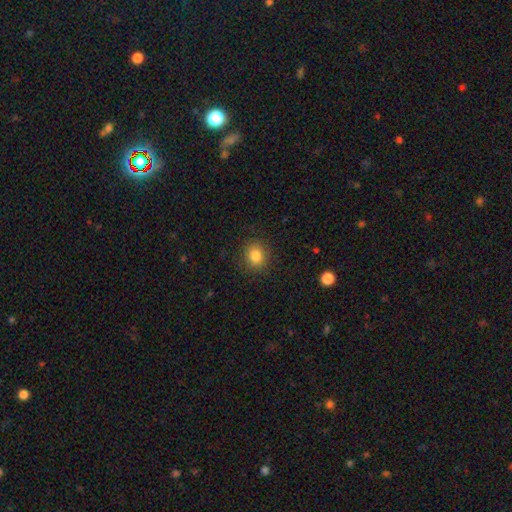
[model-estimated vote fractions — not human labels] A smooth galaxy with no disk features (83%) that is round (73%).

Vote fractions:
- Smooth or featured? smooth: 83% / star or artifact: 11% / featured or disk: 6%
- How rounded? round: 73% / in between: 26% / cigar-shaped: 1%
- Merging? none: 87% / minor disturbance: 9% / major disturbance: 3% / merger: 1%